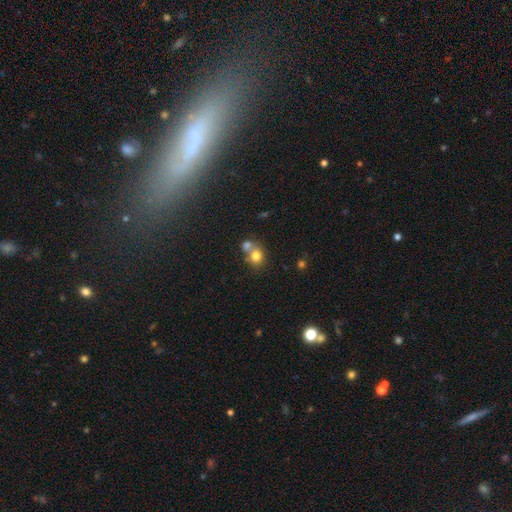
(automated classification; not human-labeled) This is likely a smooth galaxy (76%). How rounded: likely round (70%). Merging: possibly merger (50%).